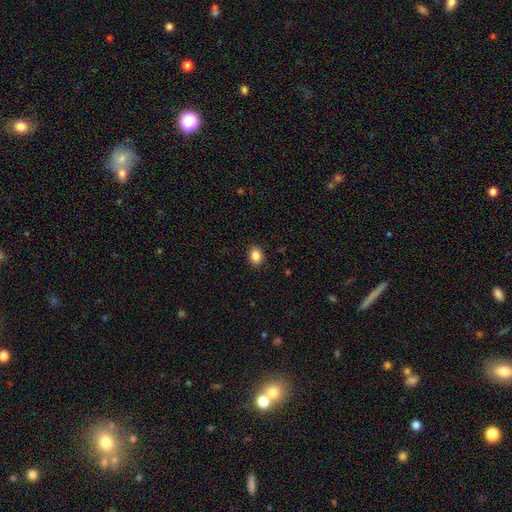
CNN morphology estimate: Overall: smooth (86%). How rounded: in between (50%; round 49%). Merging: none (90%).